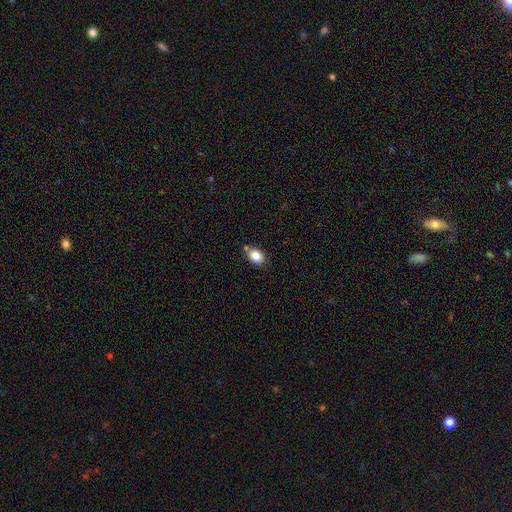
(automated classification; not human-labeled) Q: Smooth or featured?
A: smooth (84%); runner-up: star or artifact (9%)
Q: How rounded?
A: in between (73%); runner-up: round (26%)
Q: Merging?
A: none (70%); runner-up: minor disturbance (16%)